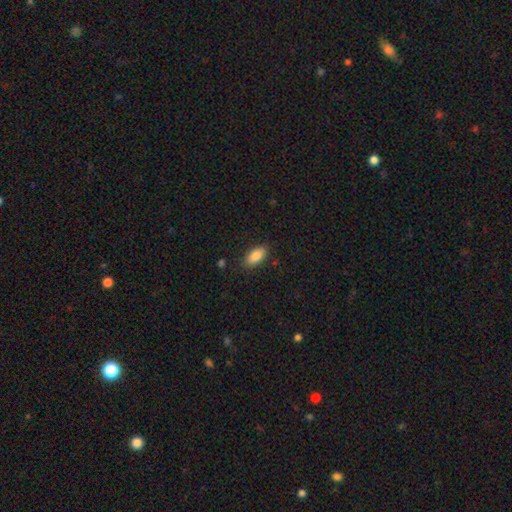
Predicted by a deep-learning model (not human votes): The model was most divided on "merging": none: 85%, minor disturbance: 11%, major disturbance: 3%, merger: 1%. More confident: how rounded — in between (89%); smooth or featured — smooth (87%).